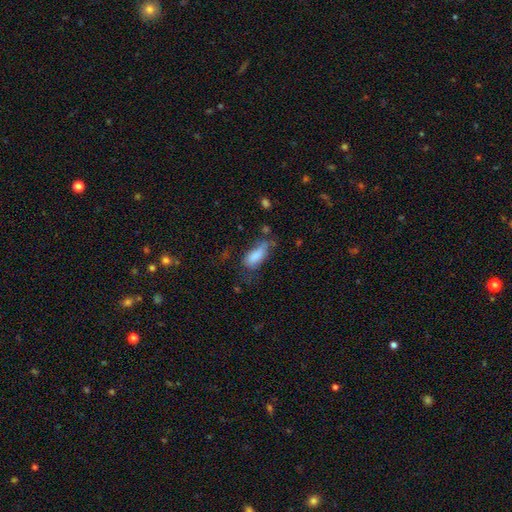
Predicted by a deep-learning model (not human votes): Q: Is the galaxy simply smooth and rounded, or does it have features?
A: smooth — 80%.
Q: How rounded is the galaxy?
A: in between — 82%.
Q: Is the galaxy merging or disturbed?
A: none — 38%.